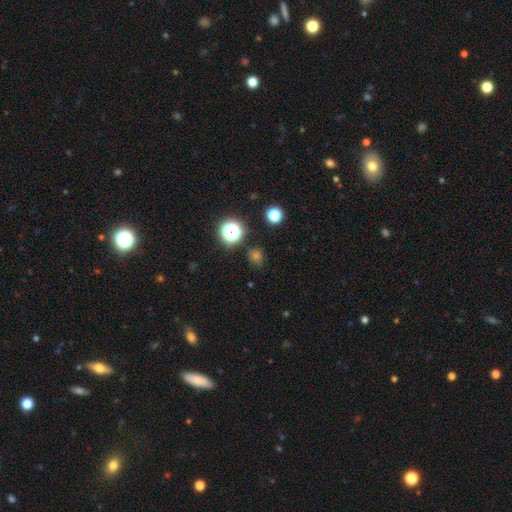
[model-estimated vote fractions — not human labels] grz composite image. It shows a smooth galaxy with no disk features (51%) that is round (80%). Merging: none (84%).